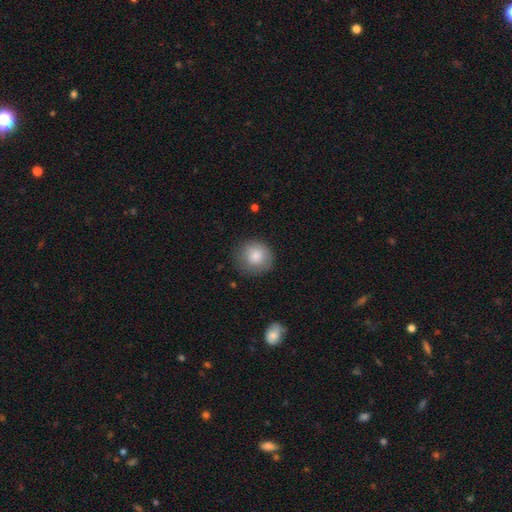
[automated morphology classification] type=smooth (82%); roundness=round (90%); merging=none (76%).